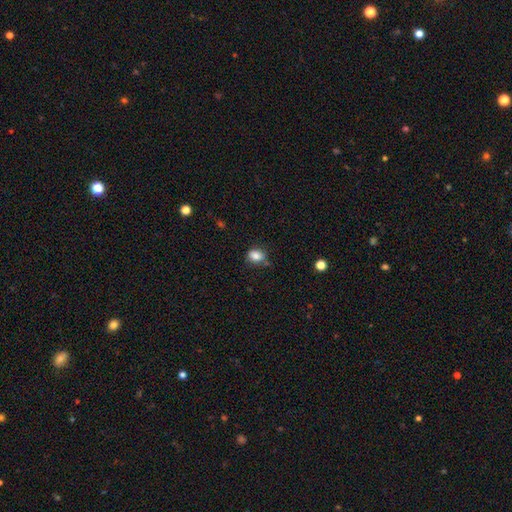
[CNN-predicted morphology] type=smooth (84%); roundness=in between (57%); merging=none (68%).